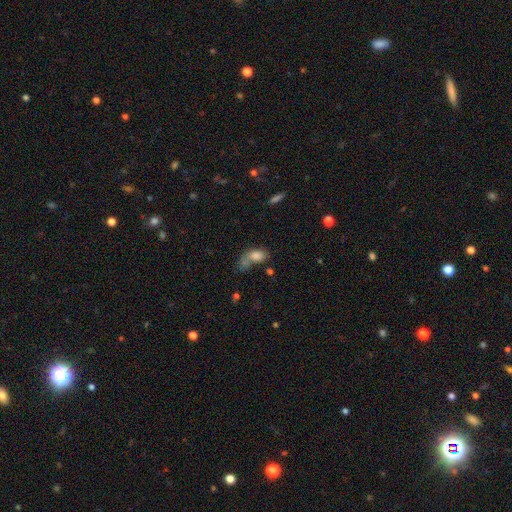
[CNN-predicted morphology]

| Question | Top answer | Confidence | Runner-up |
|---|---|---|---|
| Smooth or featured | smooth | 75% | featured or disk (13%) |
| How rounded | in between | 84% | round (11%) |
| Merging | merger | 33% | none (30%) |